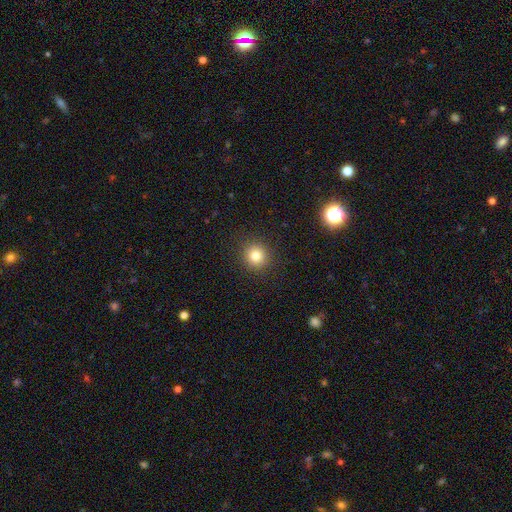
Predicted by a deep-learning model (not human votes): Smooth or featured? Predicted: smooth (p=0.81). How rounded? Predicted: round (p=0.92). Merging? Predicted: none (p=0.91).